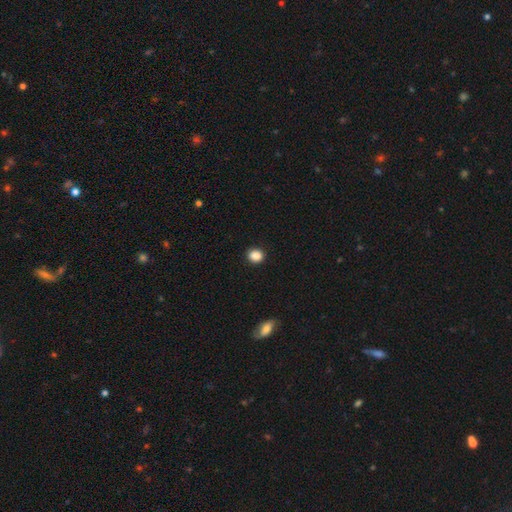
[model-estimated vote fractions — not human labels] This is clearly a smooth galaxy (88%). How rounded: likely round (68%). Merging: clearly none (89%).